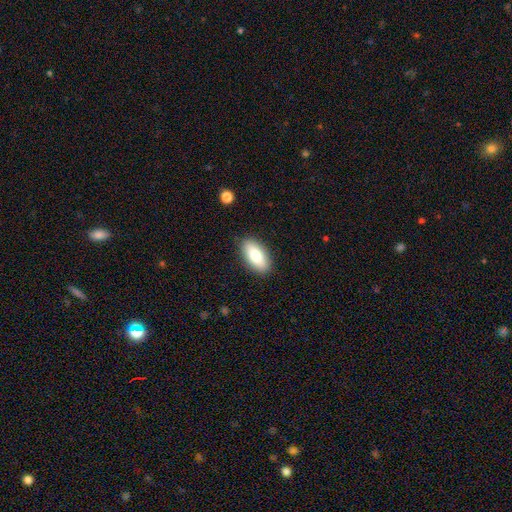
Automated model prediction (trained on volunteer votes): Smooth or featured? Predicted: smooth (p=0.76). How rounded? Predicted: in between (p=0.90). Merging? Predicted: none (p=0.88).